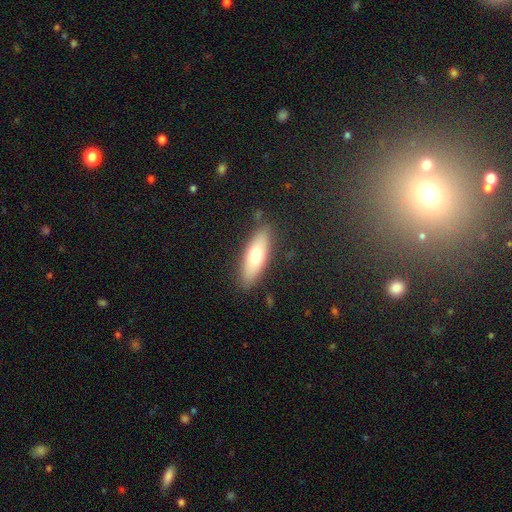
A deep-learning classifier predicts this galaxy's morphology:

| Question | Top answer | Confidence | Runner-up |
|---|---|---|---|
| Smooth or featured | smooth | 68% | featured or disk (25%) |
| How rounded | in between | 55% | cigar-shaped (43%) |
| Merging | none | 84% | minor disturbance (11%) |